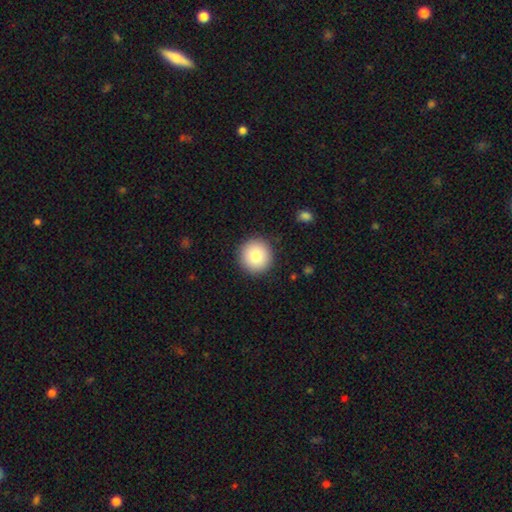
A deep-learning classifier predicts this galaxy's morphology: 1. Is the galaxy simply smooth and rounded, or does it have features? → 81% smooth, 10% featured or disk, 9% star or artifact.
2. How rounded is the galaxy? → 95% round, 4% in between, 1% cigar-shaped.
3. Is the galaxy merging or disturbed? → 91% none, 6% minor disturbance, 2% major disturbance, 1% merger.